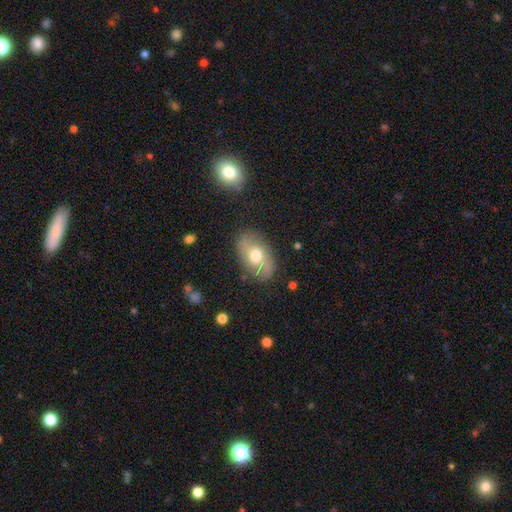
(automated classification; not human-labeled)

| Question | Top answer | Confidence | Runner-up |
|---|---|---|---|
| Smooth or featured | smooth | 59% | featured or disk (33%) |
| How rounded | in between | 89% | round (9%) |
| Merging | none | 80% | minor disturbance (14%) |